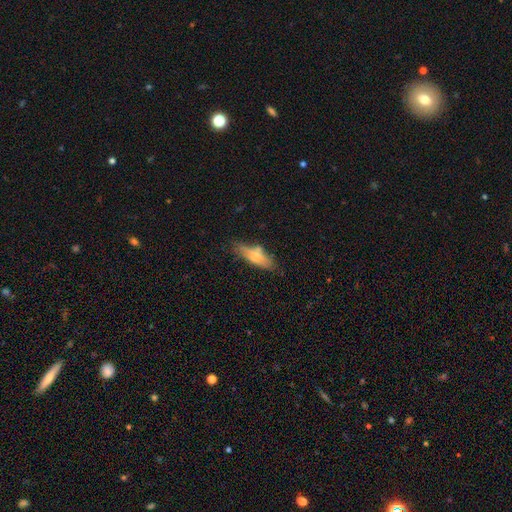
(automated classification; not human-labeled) This appears to be a smooth galaxy with no disk features (65%) that is in between round and cigar-shaped (57%). Merging: none (68%).